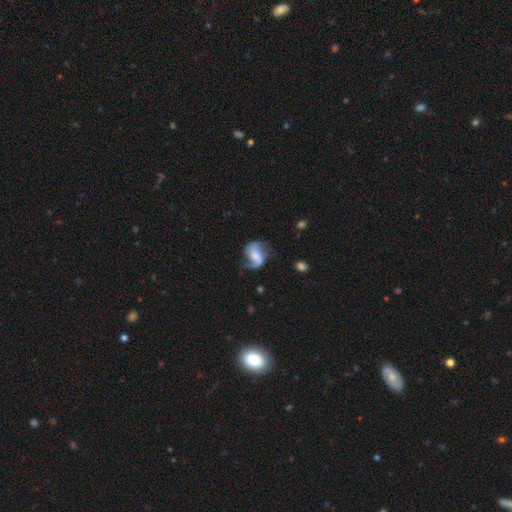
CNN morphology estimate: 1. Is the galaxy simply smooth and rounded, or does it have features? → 63% featured or disk, 30% smooth, 7% star or artifact.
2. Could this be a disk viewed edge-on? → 97% no, 3% yes.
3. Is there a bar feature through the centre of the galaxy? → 40% weak, 37% no, 23% strong.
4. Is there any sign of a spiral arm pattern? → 87% yes, 13% no.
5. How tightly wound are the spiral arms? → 52% loose, 35% medium, 12% tight.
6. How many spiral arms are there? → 70% 2, 21% 1, 6% can't tell, 1% 3, 1% 4, 1% more than 4.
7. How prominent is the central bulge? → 34% small, 30% moderate, 22% none, 11% large, 3% dominant.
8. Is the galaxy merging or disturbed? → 46% none, 27% minor disturbance, 25% major disturbance, 3% merger.